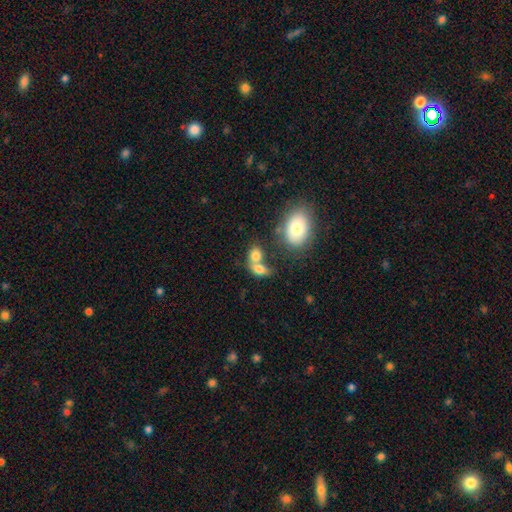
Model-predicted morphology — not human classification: A smooth galaxy with no disk features (77%) that is in between round and cigar-shaped (66%). Merging: merger (56%).